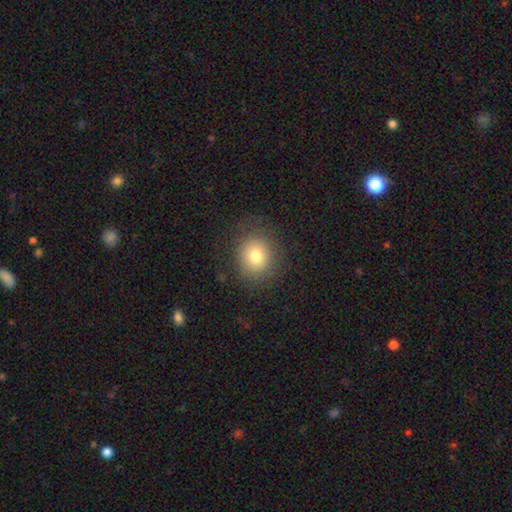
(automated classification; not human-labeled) Morphology: type=smooth (77%); roundness=round (79%); merging=none (83%).